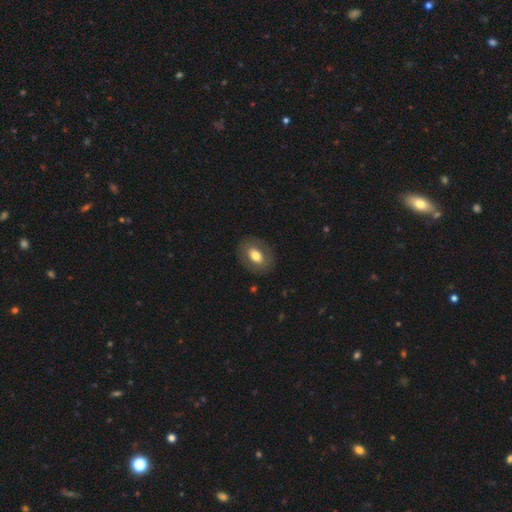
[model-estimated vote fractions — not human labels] Smooth or featured? Predicted: smooth (p=0.67). How rounded? Predicted: in between (p=0.73). Merging? Predicted: none (p=0.85).